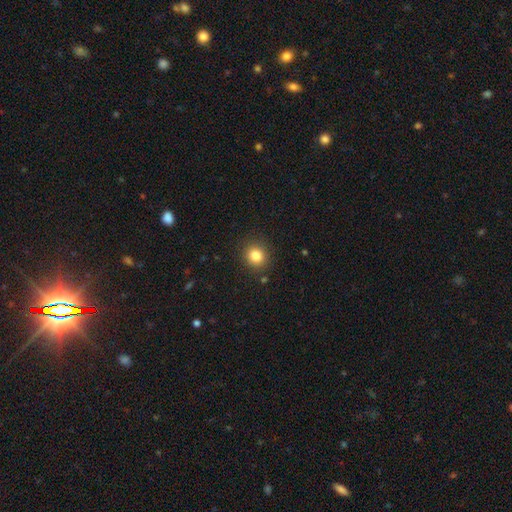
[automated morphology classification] type=smooth (83%); roundness=round (86%); merging=none (89%).